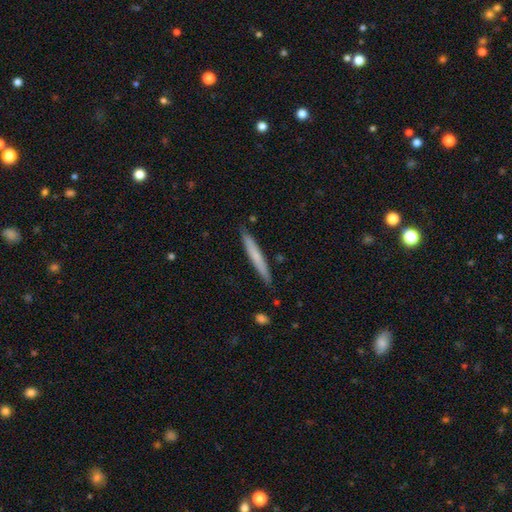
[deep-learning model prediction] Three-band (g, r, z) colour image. It shows a smooth galaxy with no disk features (65%) that is cigar-shaped (96%). Merging: none (89%).